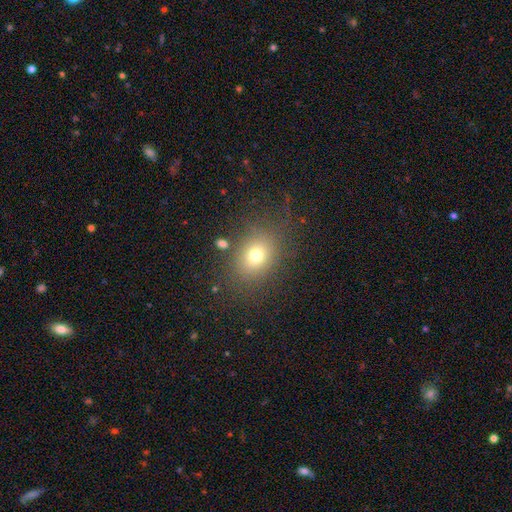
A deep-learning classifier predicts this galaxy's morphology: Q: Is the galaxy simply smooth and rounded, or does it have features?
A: smooth — 71%.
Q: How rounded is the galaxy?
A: in between — 56%.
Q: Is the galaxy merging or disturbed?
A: none — 77%.